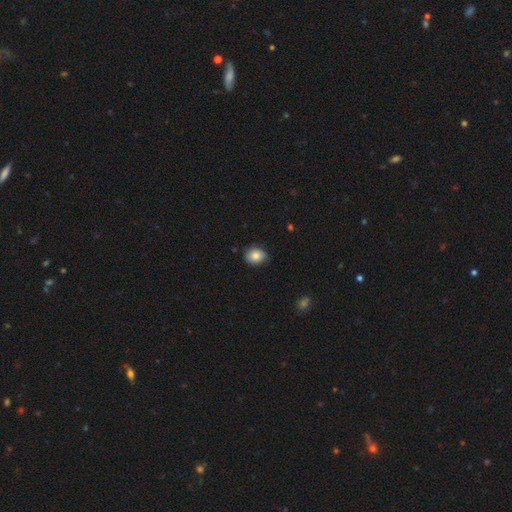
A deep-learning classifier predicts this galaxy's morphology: This is clearly a smooth galaxy (83%). How rounded: likely round (60%). Merging: likely none (77%).